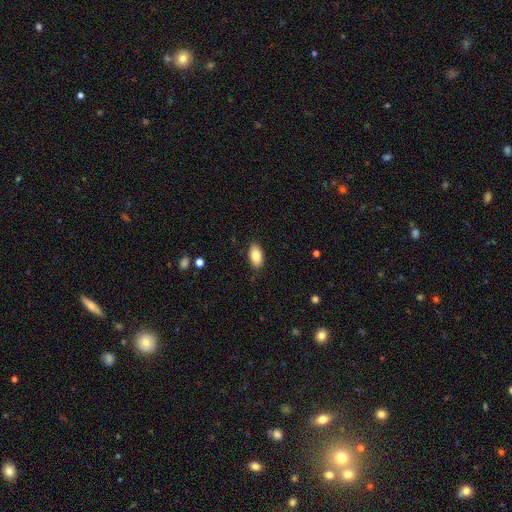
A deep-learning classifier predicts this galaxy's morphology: Smooth or featured? Predicted: smooth (p=0.85). How rounded? Predicted: in between (p=0.94). Merging? Predicted: none (p=0.88).